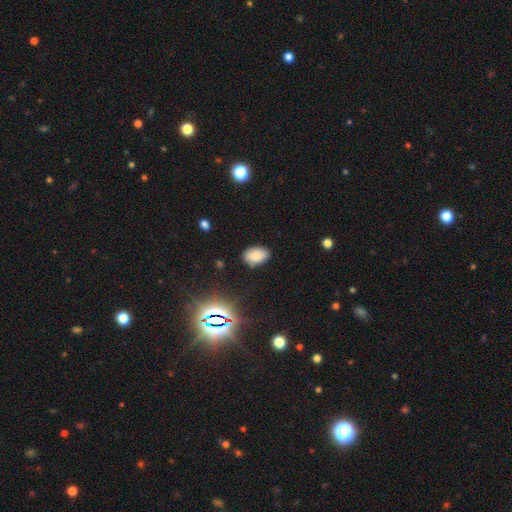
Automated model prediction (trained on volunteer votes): Morphology: type=smooth (82%); roundness=in between (89%); merging=none (82%).